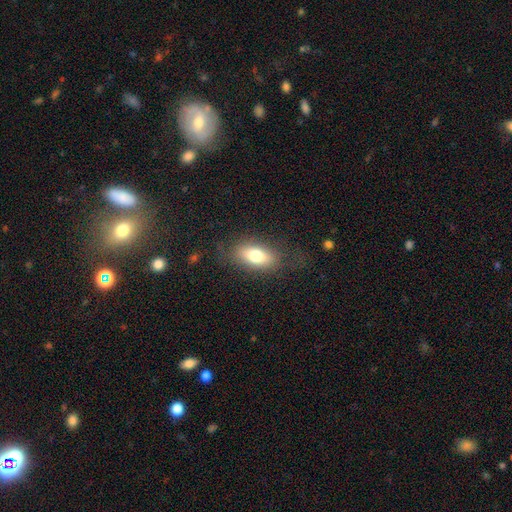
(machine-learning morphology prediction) smooth 73%, featured or disk 18%, star or artifact 8%. Down the decision tree: how rounded — in between (85%); merging — none (75%).